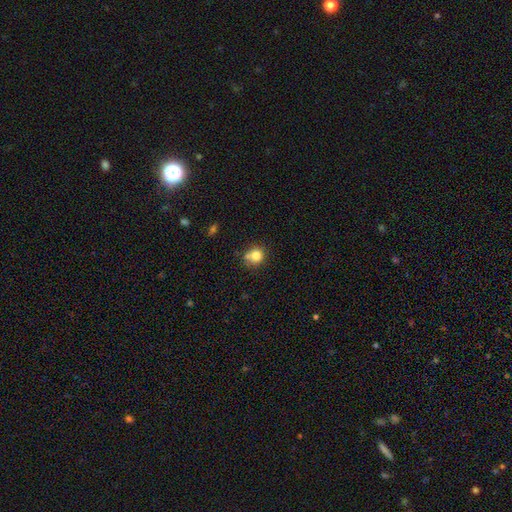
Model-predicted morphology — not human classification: Smooth or featured? smooth (79%)
How rounded? round (82%)
Merging? none (60%)